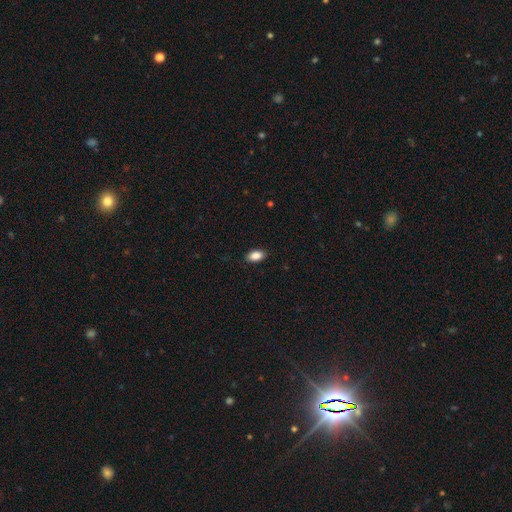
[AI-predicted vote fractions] Q: Smooth or featured?
A: smooth (88%); runner-up: star or artifact (8%)
Q: How rounded?
A: in between (92%); runner-up: round (6%)
Q: Merging?
A: none (88%); runner-up: minor disturbance (9%)